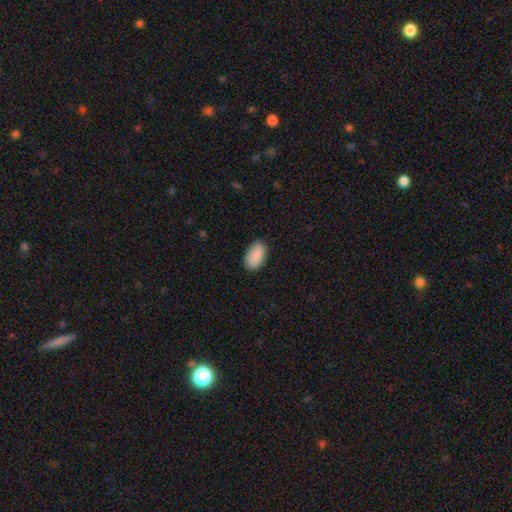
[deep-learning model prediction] The model was most divided on "merging": none: 86%, minor disturbance: 11%, major disturbance: 2%, merger: 1%. More confident: how rounded — in between (95%); smooth or featured — smooth (90%).